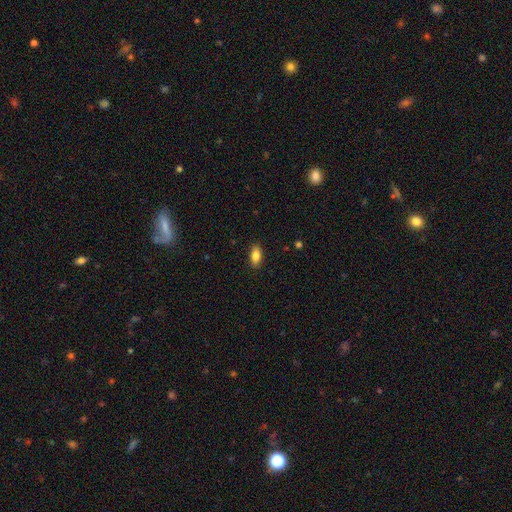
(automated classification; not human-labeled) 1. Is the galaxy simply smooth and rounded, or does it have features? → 84% smooth, 9% featured or disk, 8% star or artifact.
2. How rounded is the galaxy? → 88% in between, 8% cigar-shaped, 4% round.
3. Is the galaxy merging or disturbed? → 88% none, 9% minor disturbance, 2% major disturbance, 1% merger.